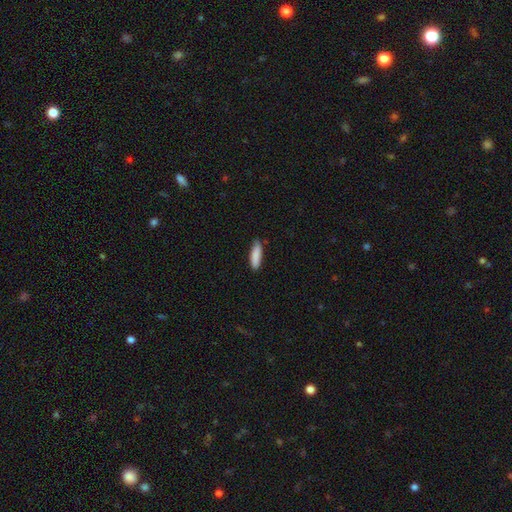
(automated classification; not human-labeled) Overall: smooth (87%). How rounded: cigar-shaped (56%; in between 43%). Merging: none (77%).